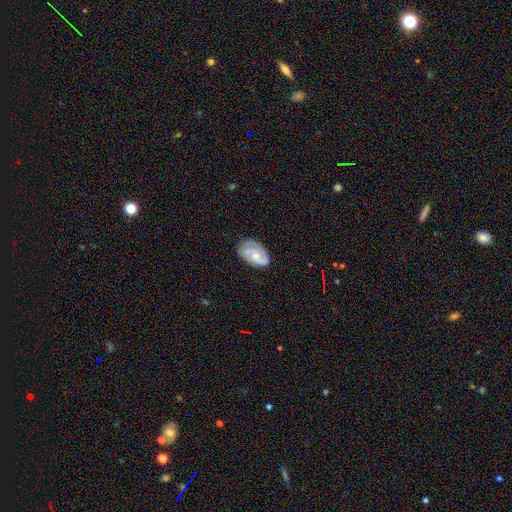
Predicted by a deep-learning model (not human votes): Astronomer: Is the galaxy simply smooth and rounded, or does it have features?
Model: featured or disk — 62%.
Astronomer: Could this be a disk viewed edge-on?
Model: no — 97%.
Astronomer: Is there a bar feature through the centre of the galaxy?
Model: no — 70%.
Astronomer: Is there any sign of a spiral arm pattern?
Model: yes — 82%.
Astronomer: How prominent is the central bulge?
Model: moderate — 48% (runner-up: small, 38%).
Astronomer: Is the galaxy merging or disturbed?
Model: none — 63%.